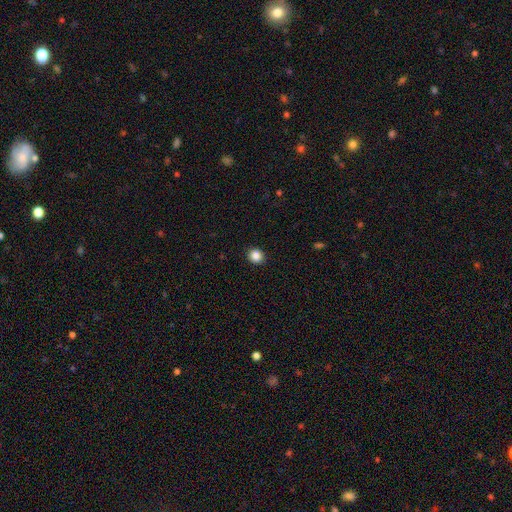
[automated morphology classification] The model was most divided on "how rounded": round: 83%, in between: 16%, cigar-shaped: 1%. More confident: merging — none (92%); smooth or featured — smooth (86%).